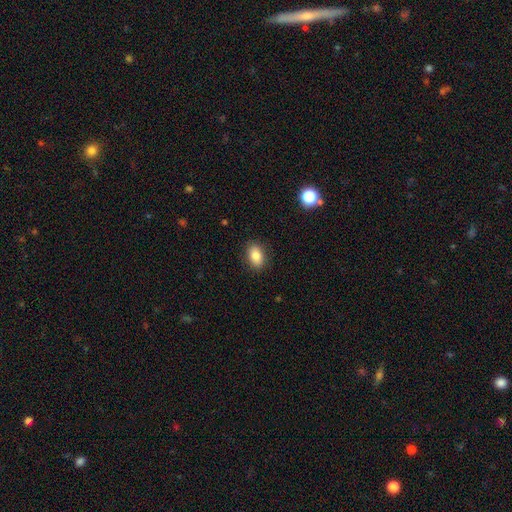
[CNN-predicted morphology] Overall: smooth (83%). How rounded: in between (85%). Merging: none (87%).